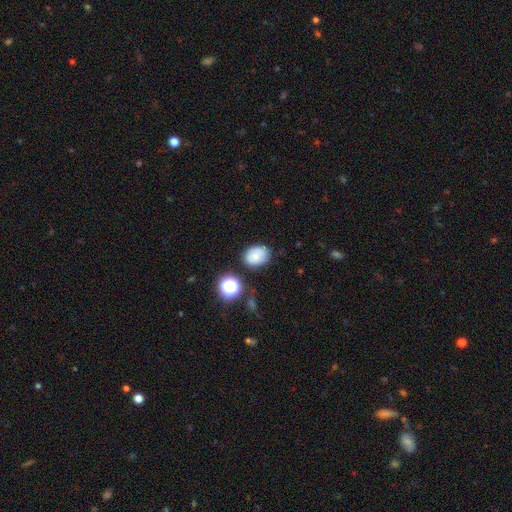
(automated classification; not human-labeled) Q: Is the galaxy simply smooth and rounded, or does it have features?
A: smooth — 70%.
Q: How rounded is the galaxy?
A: in between — 65%.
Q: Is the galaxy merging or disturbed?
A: none — 73%.